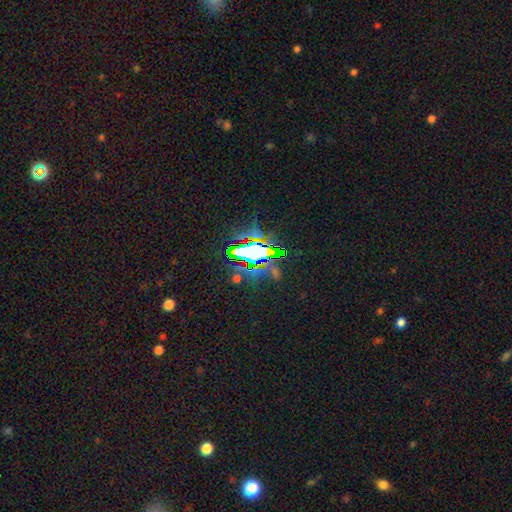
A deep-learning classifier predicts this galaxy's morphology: Overall: star or artifact (64%).